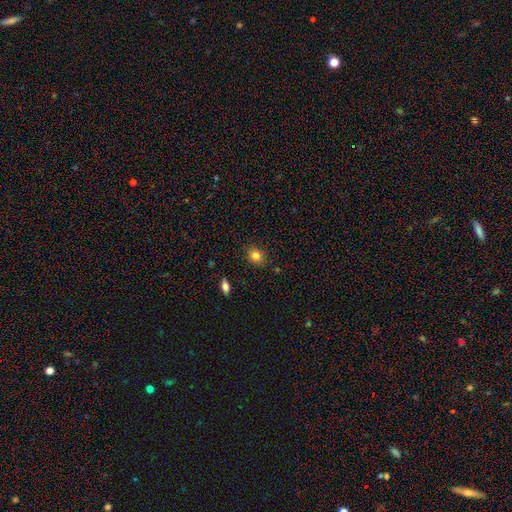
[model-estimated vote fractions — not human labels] smooth-or-featured: smooth: 82% | star or artifact: 11% | featured or disk: 6%
  how-rounded: round: 63% | in between: 36% | cigar-shaped: 1%
  merging: none: 88% | minor disturbance: 9% | major disturbance: 2% | merger: 1%